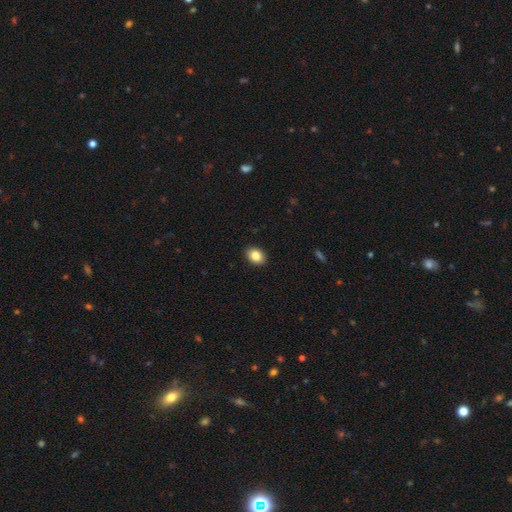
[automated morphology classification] smooth 85%, star or artifact 8%, featured or disk 6%. Down the decision tree: how rounded — in between (70%); merging — none (91%).